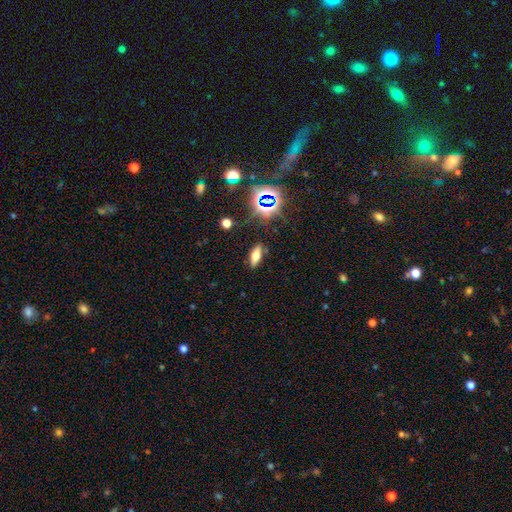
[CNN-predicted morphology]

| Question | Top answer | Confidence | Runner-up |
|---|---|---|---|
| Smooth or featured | smooth | 51% | featured or disk (29%) |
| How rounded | in between | 64% | cigar-shaped (30%) |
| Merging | none | 85% | minor disturbance (10%) |